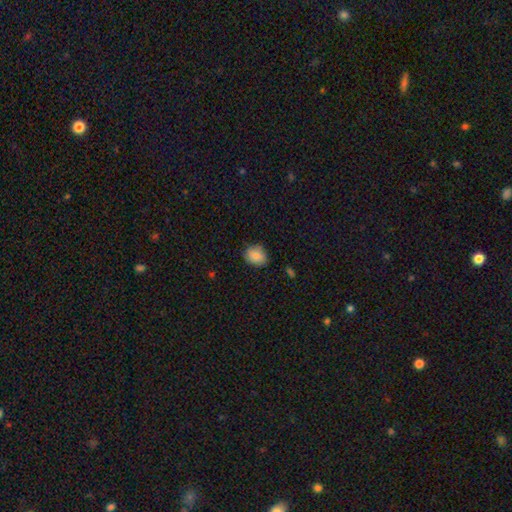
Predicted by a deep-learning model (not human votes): Smooth or featured?
  - smooth: 86% *
  - star or artifact: 8%
  - featured or disk: 6%
How rounded?
  - round: 52% *
  - in between: 47%
  - cigar-shaped: 1%
Merging?
  - none: 80% *
  - minor disturbance: 16%
  - major disturbance: 3%
  - merger: 1%